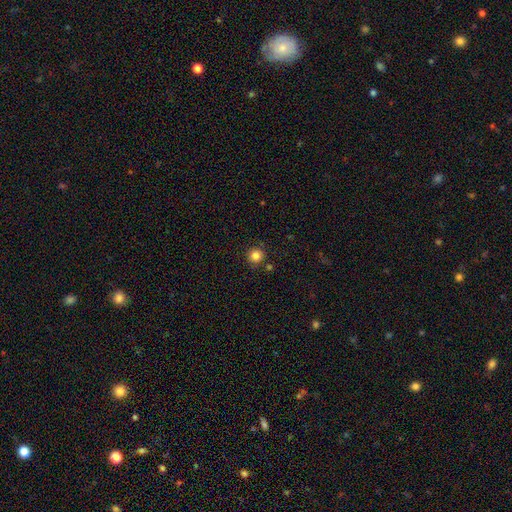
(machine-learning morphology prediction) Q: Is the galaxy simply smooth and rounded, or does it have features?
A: smooth — 83%.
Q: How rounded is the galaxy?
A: round — 94%.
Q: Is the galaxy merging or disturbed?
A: none — 86%.